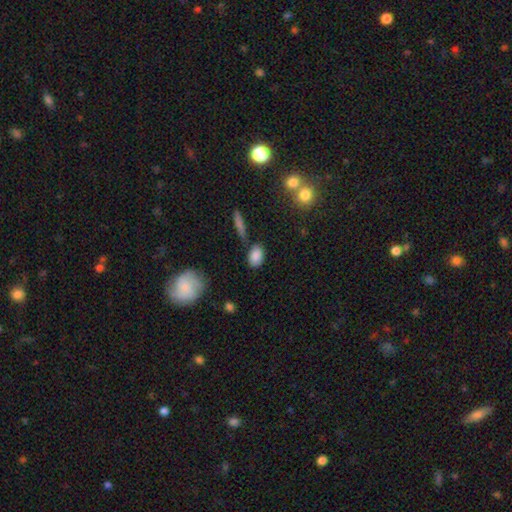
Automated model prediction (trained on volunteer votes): smooth 85%, star or artifact 8%, featured or disk 7%. Down the decision tree: how rounded — in between (86%); merging — none (71%).